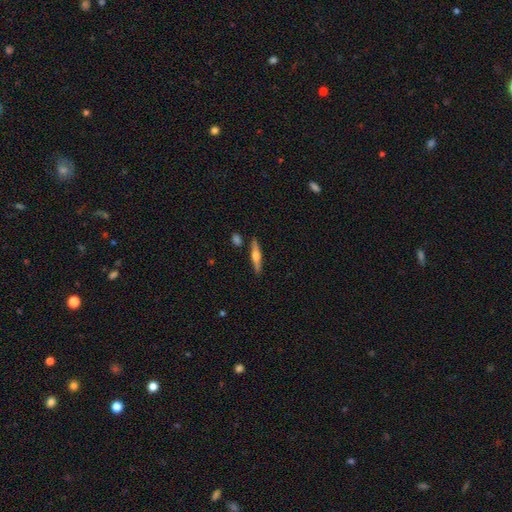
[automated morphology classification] Smooth or featured?
  - featured or disk: 57% *
  - smooth: 37%
  - star or artifact: 6%
Edge-on disk?
  - yes: 96% *
  - no: 4%
Edge-on bulge?
  - rounded: 89% *
  - boxy: 7%
  - none: 4%
Merging?
  - none: 85% *
  - minor disturbance: 9%
  - merger: 4%
  - major disturbance: 2%